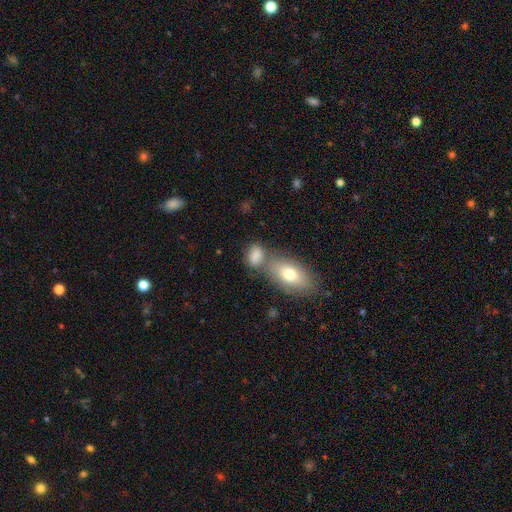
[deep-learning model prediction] Smooth or featured? smooth (80%)
How rounded? in between (84%)
Merging? none (45%)